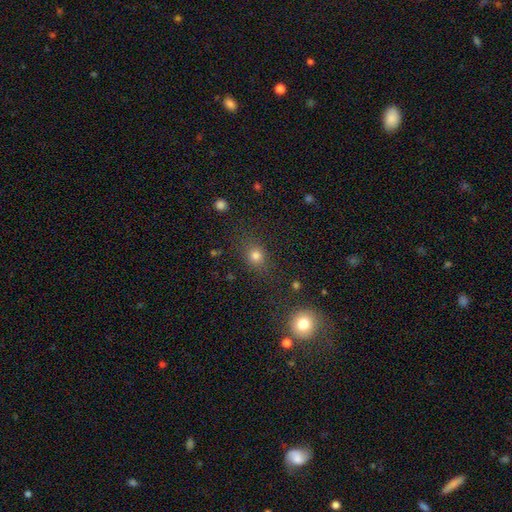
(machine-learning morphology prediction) Smooth or featured? smooth (76%)
How rounded? round (67%)
Merging? none (80%)